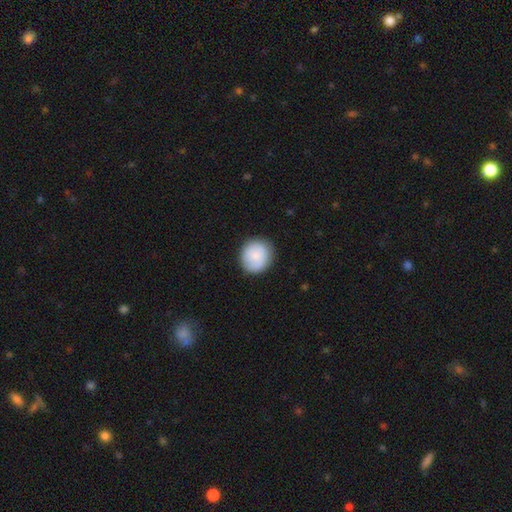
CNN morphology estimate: This appears to be a smooth galaxy with no disk features (81%) that is round (86%). Merging: none (85%).